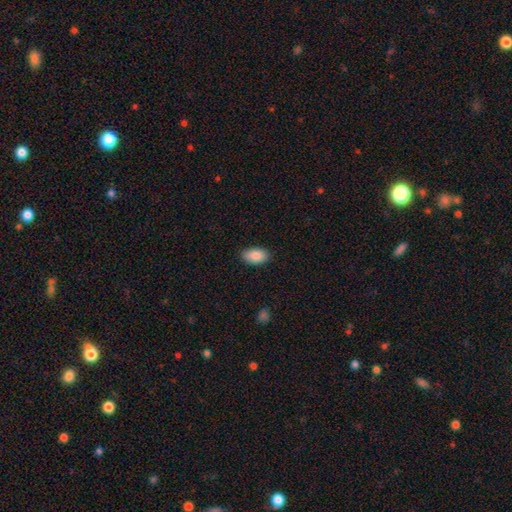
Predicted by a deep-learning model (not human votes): smooth-or-featured: smooth: 88% | star or artifact: 7% | featured or disk: 5%
  how-rounded: in between: 94% | round: 4% | cigar-shaped: 2%
  merging: none: 87% | minor disturbance: 10% | major disturbance: 2% | merger: 1%